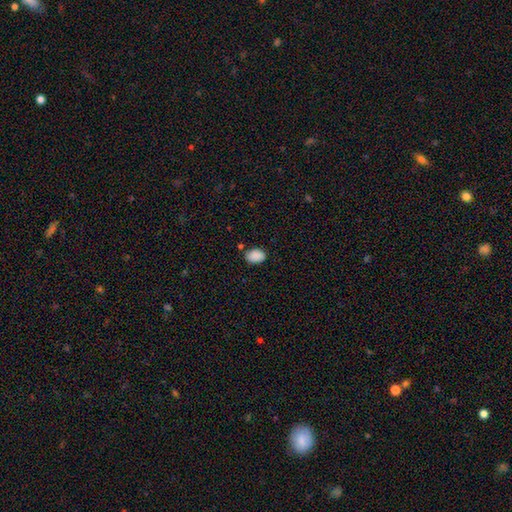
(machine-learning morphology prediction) Smooth or featured? smooth (89%)
How rounded? in between (83%)
Merging? none (78%)